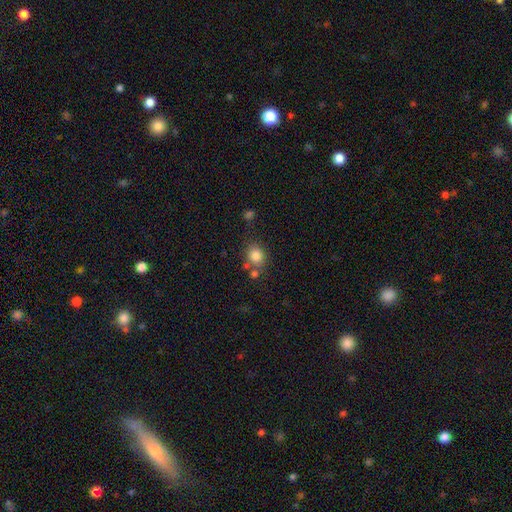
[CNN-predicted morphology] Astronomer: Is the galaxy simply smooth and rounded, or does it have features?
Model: smooth — 83%.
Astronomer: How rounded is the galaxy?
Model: round — 68%.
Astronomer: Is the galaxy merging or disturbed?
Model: none — 68%.